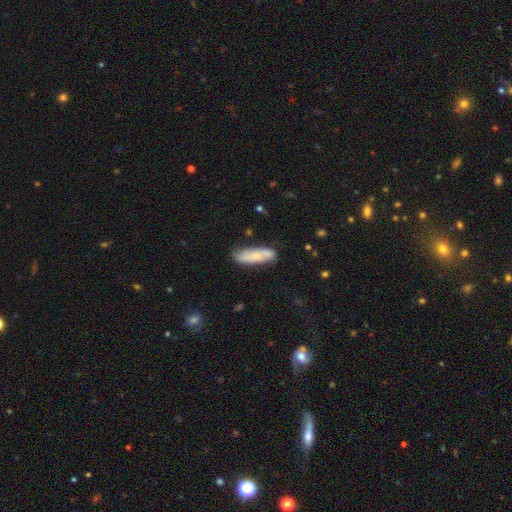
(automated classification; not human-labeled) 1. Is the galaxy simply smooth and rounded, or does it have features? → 64% smooth, 29% featured or disk, 7% star or artifact.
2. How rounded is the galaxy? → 54% in between, 43% cigar-shaped, 2% round.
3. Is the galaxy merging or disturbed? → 69% none, 20% minor disturbance, 7% merger, 4% major disturbance.